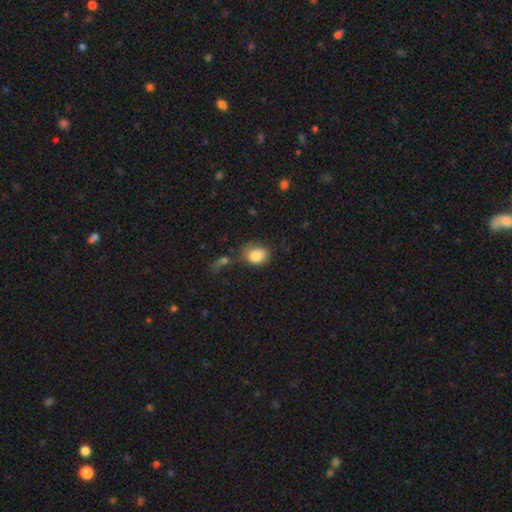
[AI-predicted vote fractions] Morphology: type=smooth (84%); roundness=round (50%); merging=none (53%).